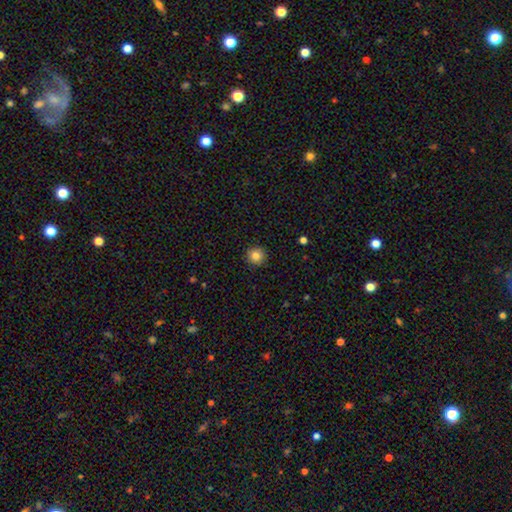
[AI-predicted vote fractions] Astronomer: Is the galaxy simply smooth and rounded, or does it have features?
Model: smooth — 84%.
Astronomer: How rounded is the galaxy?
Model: round — 94%.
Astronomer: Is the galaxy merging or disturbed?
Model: none — 91%.